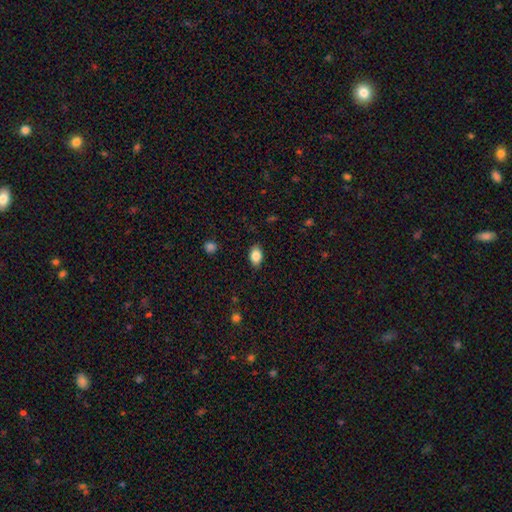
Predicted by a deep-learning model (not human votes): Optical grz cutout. It shows a smooth galaxy with no disk features (85%) that is in between round and cigar-shaped (88%). Merging: none (86%).